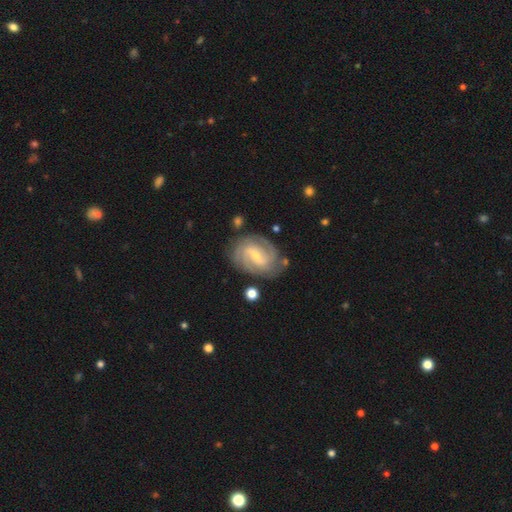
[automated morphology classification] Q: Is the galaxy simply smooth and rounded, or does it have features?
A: featured or disk — 88%.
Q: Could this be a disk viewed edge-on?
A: no — 97%.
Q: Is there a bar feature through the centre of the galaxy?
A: weak — 52%.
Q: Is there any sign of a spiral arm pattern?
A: yes — 97%.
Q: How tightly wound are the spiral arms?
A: tight — 56%.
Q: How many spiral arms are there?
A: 2 — 51%.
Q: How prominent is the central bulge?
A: small — 62%.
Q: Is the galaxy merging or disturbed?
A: none — 77%.